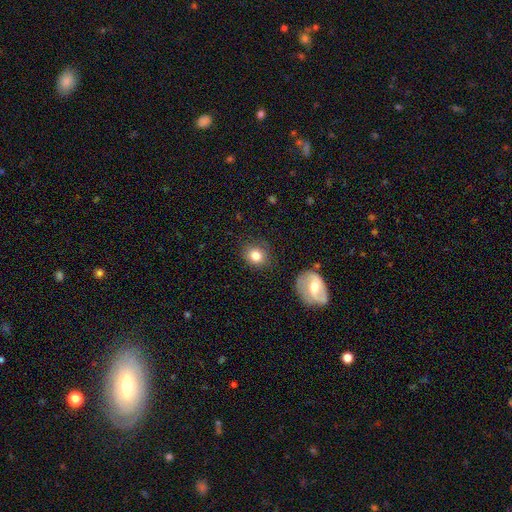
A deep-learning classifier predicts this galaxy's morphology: Smooth or featured?
  - smooth: 82% *
  - star or artifact: 9%
  - featured or disk: 9%
How rounded?
  - round: 75% *
  - in between: 24%
  - cigar-shaped: 1%
Merging?
  - none: 81% *
  - minor disturbance: 13%
  - major disturbance: 4%
  - merger: 3%